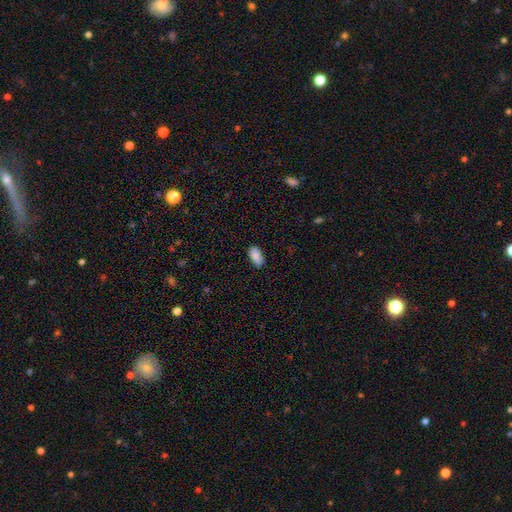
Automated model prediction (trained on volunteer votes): A smooth galaxy with no disk features (89%) that is in between round and cigar-shaped (92%). Merging: none (78%).